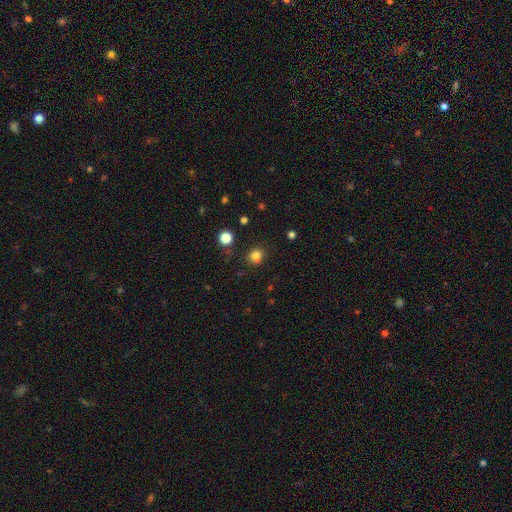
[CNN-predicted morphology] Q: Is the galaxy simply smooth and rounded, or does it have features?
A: smooth — 81%.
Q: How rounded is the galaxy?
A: round — 82%.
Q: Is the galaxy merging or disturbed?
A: none — 81%.